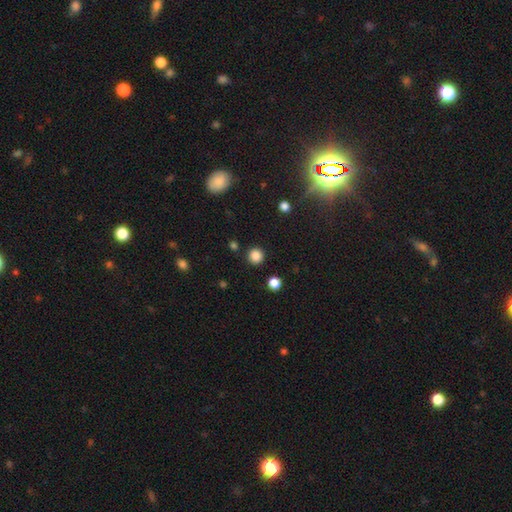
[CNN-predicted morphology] The model was most divided on "smooth or featured": smooth: 85%, star or artifact: 12%, featured or disk: 3%. More confident: how rounded — round (93%); merging — none (89%).